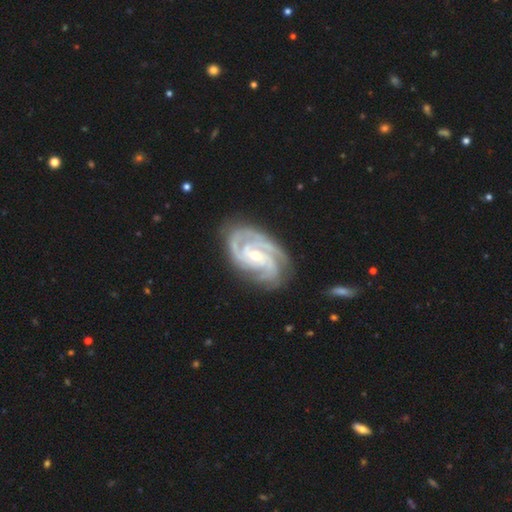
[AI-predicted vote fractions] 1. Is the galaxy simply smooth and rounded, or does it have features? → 93% featured or disk, 4% star or artifact, 3% smooth.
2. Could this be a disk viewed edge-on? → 98% no, 2% yes.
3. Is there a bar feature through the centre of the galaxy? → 51% no, 34% weak, 15% strong.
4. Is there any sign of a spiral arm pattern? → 99% yes, 1% no.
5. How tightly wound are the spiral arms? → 65% tight, 31% medium, 3% loose.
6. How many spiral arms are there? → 55% 3, 18% 4, 12% 2, 7% can't tell, 4% more than 4, 4% 1.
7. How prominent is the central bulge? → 58% small, 39% moderate, 1% large, 1% none, 1% dominant.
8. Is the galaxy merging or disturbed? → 76% none, 17% minor disturbance, 5% major disturbance, 1% merger.